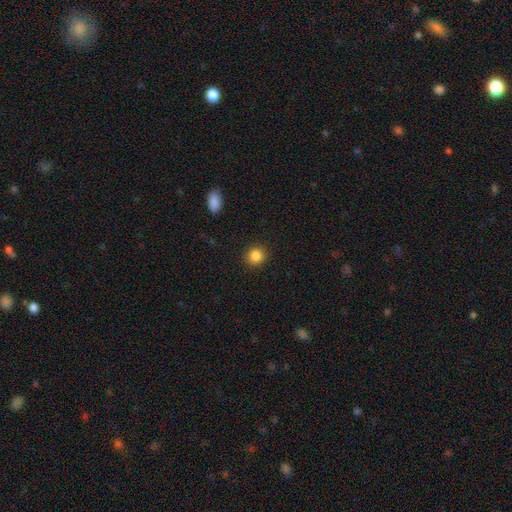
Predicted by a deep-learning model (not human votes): The model was most divided on "smooth or featured": smooth: 85%, star or artifact: 10%, featured or disk: 4%. More confident: merging — none (91%); how rounded — round (88%).